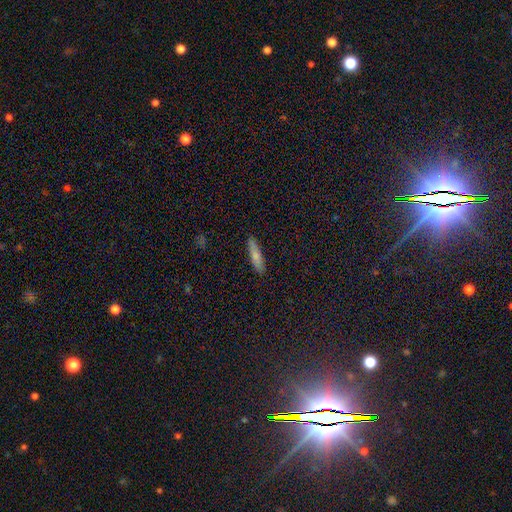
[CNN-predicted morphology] Smooth or featured? Predicted: smooth (p=0.76). How rounded? Predicted: cigar-shaped (p=0.76). Merging? Predicted: none (p=0.88).